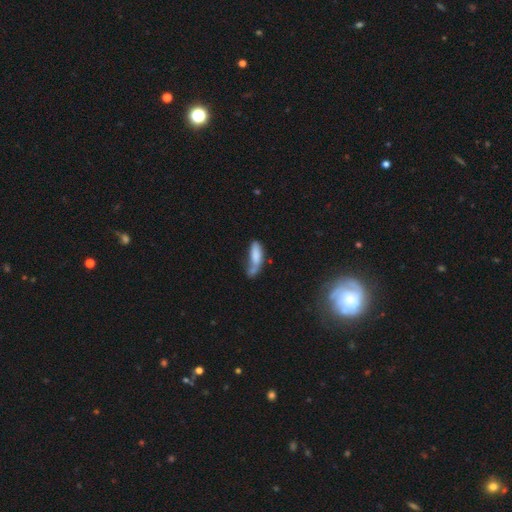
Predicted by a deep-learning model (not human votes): smooth-or-featured: smooth: 75% | featured or disk: 17% | star or artifact: 8%
  how-rounded: in between: 53% | cigar-shaped: 45% | round: 2%
  merging: none: 32% | minor disturbance: 27% | merger: 24% | major disturbance: 18%